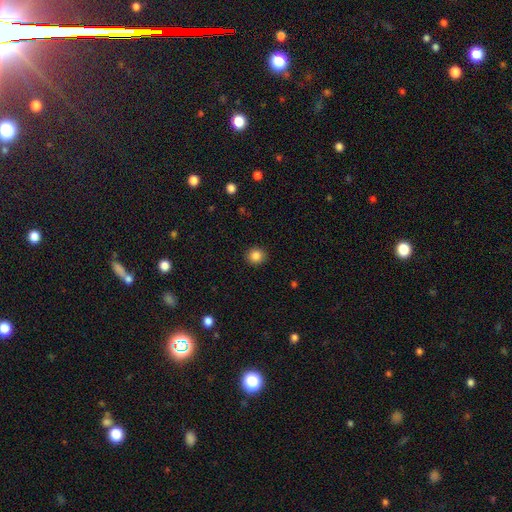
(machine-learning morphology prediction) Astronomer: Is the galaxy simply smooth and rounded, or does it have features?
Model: smooth — 85%.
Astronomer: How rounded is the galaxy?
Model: round — 89%.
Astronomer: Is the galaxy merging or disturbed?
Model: none — 91%.